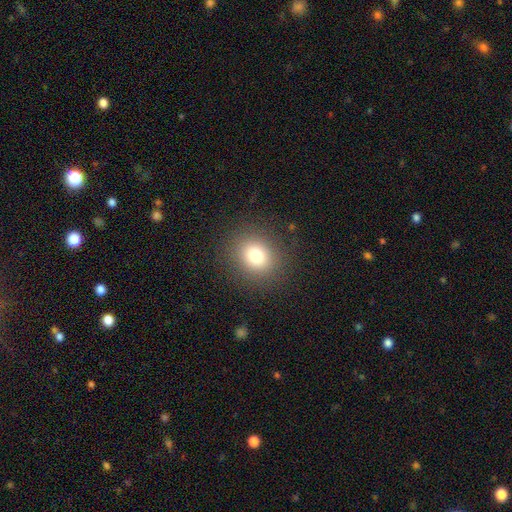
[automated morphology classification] A smooth galaxy with no disk features (77%) that is round (76%).

Vote fractions:
- Smooth or featured? smooth: 77% / star or artifact: 14% / featured or disk: 9%
- How rounded? round: 76% / in between: 23% / cigar-shaped: 1%
- Merging? none: 87% / minor disturbance: 8% / major disturbance: 4% / merger: 1%